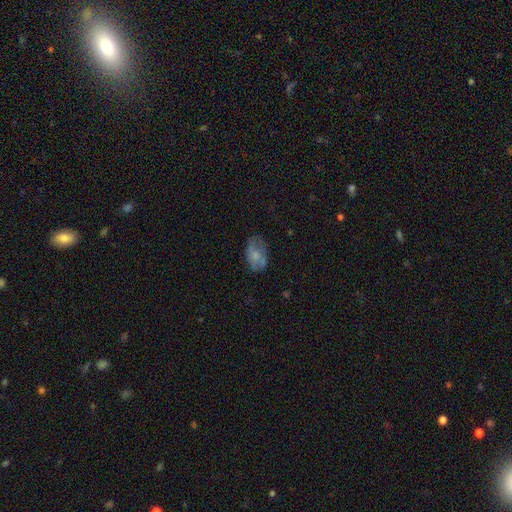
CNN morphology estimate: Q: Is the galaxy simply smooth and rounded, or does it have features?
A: smooth — 62%.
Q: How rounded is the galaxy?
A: in between — 88%.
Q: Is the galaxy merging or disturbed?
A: none — 56%.